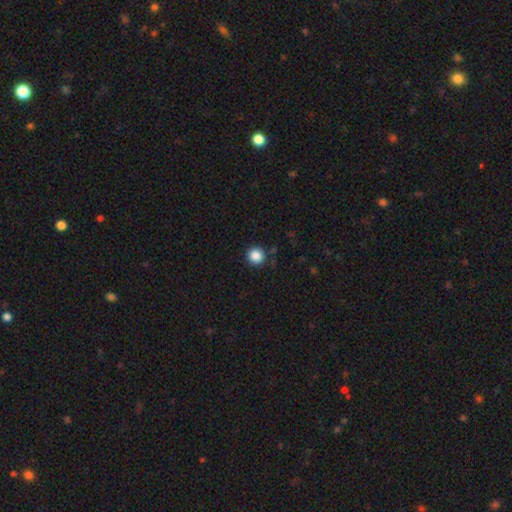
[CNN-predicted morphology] This is clearly a smooth galaxy (86%). How rounded: clearly round (95%). Merging: clearly none (89%).